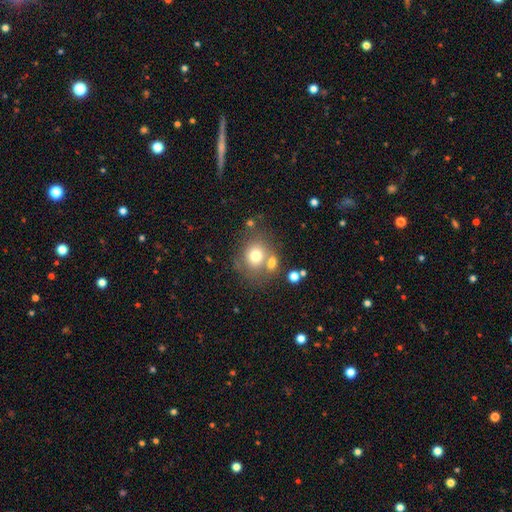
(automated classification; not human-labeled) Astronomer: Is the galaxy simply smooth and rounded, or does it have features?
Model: smooth — 72%.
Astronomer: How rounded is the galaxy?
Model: round — 71%.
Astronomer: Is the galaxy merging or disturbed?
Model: none — 53%.